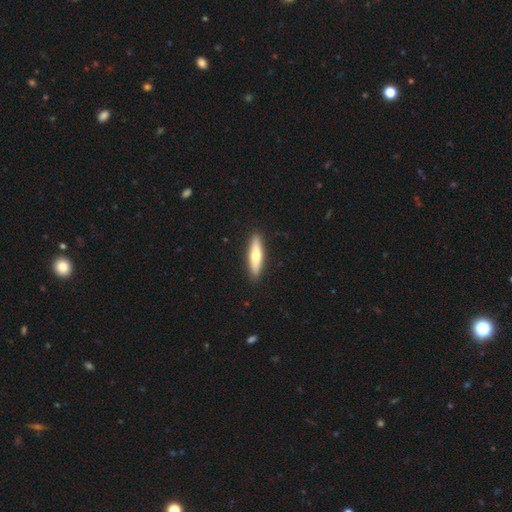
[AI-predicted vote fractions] Smooth or featured? smooth (59%)
How rounded? cigar-shaped (72%)
Merging? none (91%)